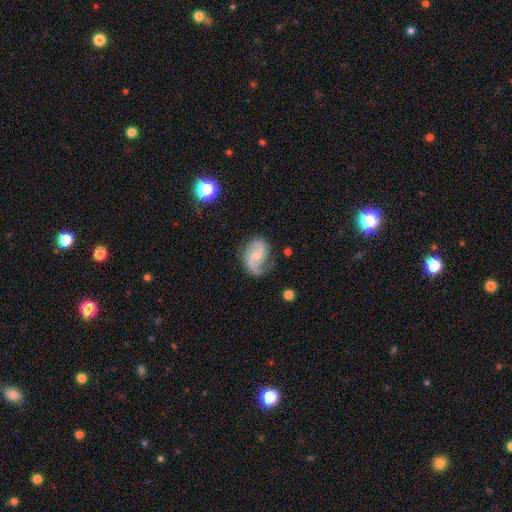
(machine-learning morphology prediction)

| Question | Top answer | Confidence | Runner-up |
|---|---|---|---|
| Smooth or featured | featured or disk | 81% | smooth (13%) |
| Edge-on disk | no | 98% | yes (2%) |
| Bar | no | 51% | weak (41%) |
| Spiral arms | yes | 95% | no (5%) |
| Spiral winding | medium | 45% | loose (40%) |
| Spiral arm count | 2 | 83% | 1 (9%) |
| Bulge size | small | 56% | moderate (33%) |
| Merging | none | 65% | minor disturbance (22%) |